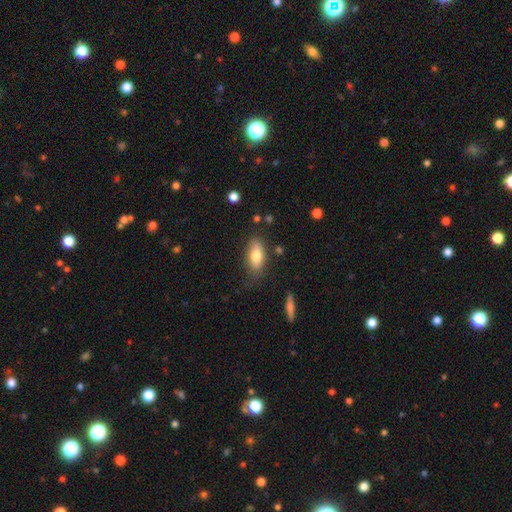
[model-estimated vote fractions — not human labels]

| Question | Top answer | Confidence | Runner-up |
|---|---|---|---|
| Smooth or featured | smooth | 75% | featured or disk (18%) |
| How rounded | in between | 85% | cigar-shaped (11%) |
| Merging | none | 74% | minor disturbance (19%) |